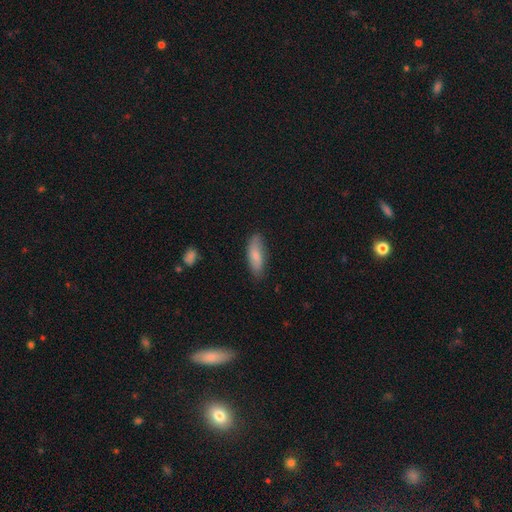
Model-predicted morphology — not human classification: Smooth or featured?
  - smooth: 79% *
  - featured or disk: 16%
  - star or artifact: 6%
How rounded?
  - in between: 66% *
  - cigar-shaped: 32%
  - round: 2%
Merging?
  - none: 78% *
  - minor disturbance: 18%
  - major disturbance: 3%
  - merger: 1%